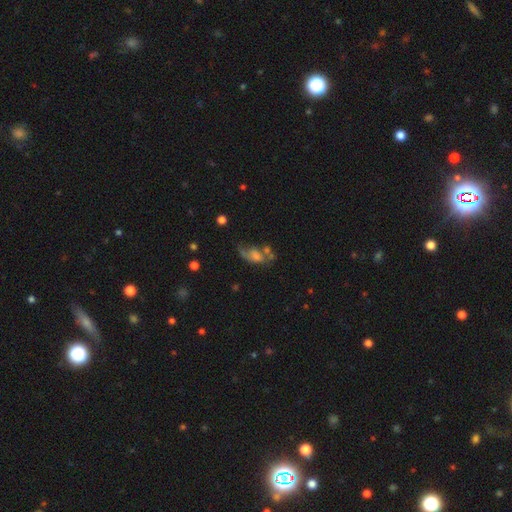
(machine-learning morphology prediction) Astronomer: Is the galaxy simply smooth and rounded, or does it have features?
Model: featured or disk — 50% (runner-up: smooth, 36%).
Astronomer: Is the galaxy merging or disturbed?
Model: none — 34% (runner-up: major disturbance, 28%).